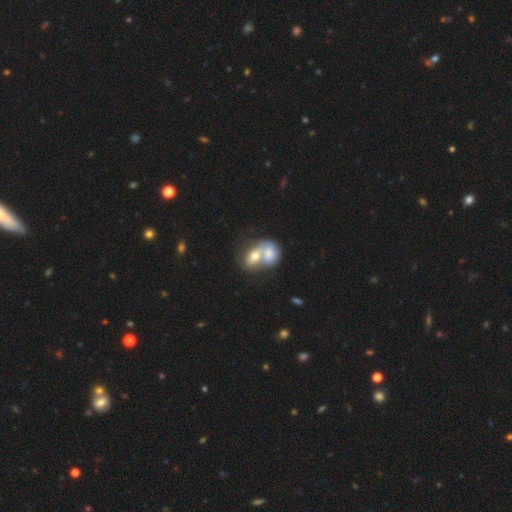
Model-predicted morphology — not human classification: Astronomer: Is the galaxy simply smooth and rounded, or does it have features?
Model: smooth — 61%.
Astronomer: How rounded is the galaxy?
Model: in between — 65%.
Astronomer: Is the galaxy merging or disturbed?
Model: merger — 80%.